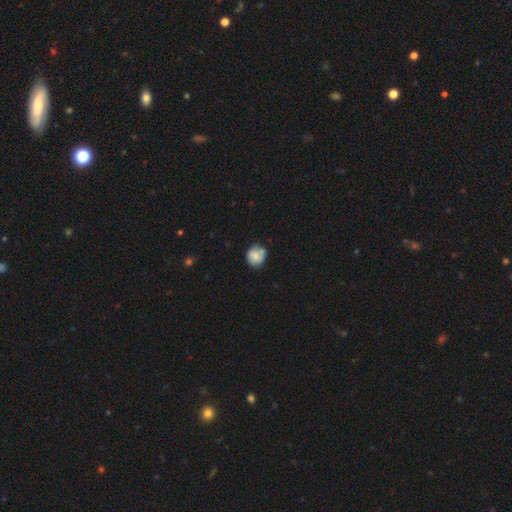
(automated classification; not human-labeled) Overall: smooth (66%; featured or disk 27%). How rounded: round (81%). Merging: none (60%; minor disturbance 24%).